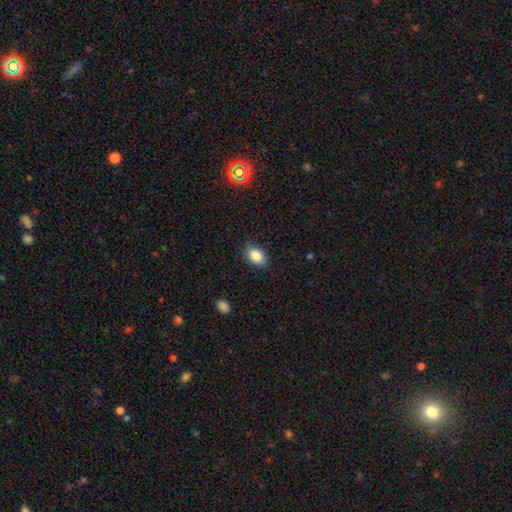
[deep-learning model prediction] smooth_or_featured: smooth (p=0.86) [alt: star or artifact p=0.08]
how_rounded: in between (p=0.85) [alt: round p=0.13]
merging: none (p=0.83) [alt: minor disturbance p=0.13]